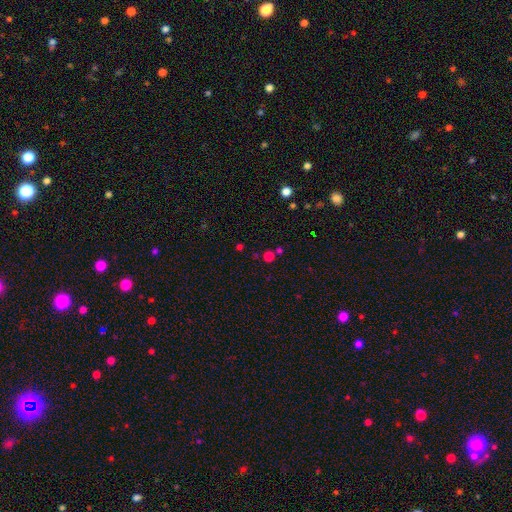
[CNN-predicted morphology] The model was most divided on "smooth or featured": smooth: 61%, star or artifact: 34%, featured or disk: 5%. More confident: how rounded — round (89%); merging — none (77%).